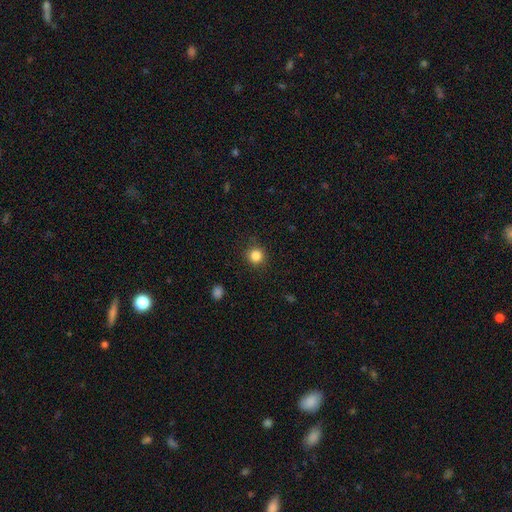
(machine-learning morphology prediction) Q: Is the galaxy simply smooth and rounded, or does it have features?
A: smooth — 84%.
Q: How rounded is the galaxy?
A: round — 93%.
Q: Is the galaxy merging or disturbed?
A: none — 88%.